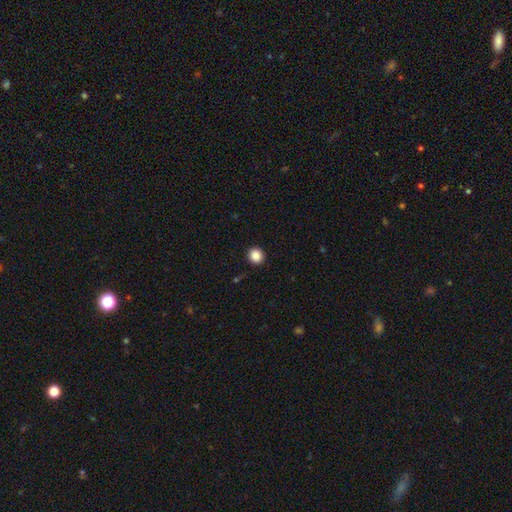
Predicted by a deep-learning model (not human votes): smooth-or-featured: smooth: 86% | star or artifact: 10% | featured or disk: 4%
  how-rounded: round: 90% | in between: 9% | cigar-shaped: 1%
  merging: none: 92% | minor disturbance: 5% | major disturbance: 2% | merger: 1%